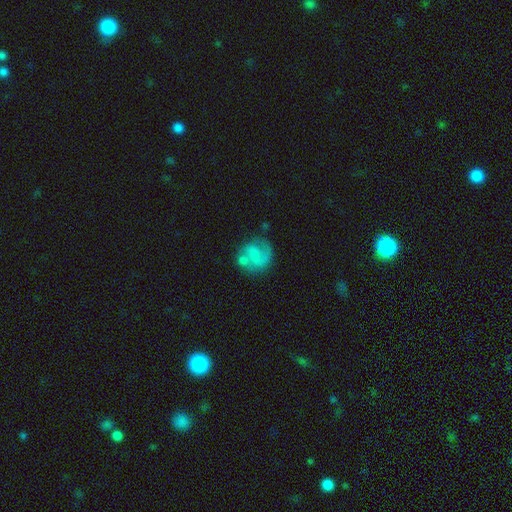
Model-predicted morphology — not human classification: smooth_or_featured: featured or disk (p=0.59) [alt: smooth p=0.33]
disk_edge_on: no (p=0.98) [alt: yes p=0.02]
bar: no (p=0.44) [alt: weak p=0.42]
has_spiral_arms: yes (p=0.83) [alt: no p=0.17]
bulge_size: none (p=0.57) [alt: small p=0.25]
merging: none (p=0.52) [alt: minor disturbance p=0.19]